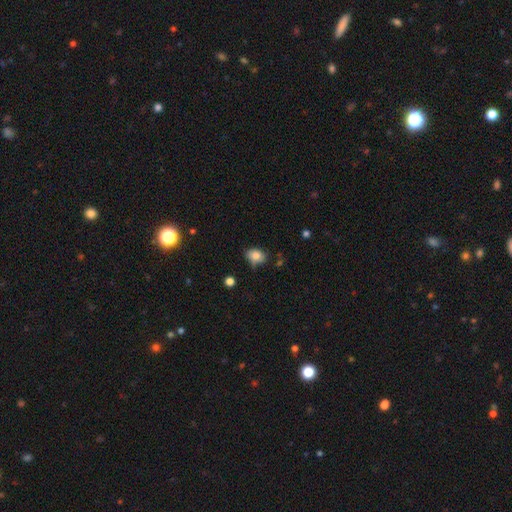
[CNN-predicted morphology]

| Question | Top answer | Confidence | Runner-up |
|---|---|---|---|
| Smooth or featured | smooth | 81% | star or artifact (10%) |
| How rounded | in between | 67% | round (32%) |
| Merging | none | 67% | minor disturbance (25%) |